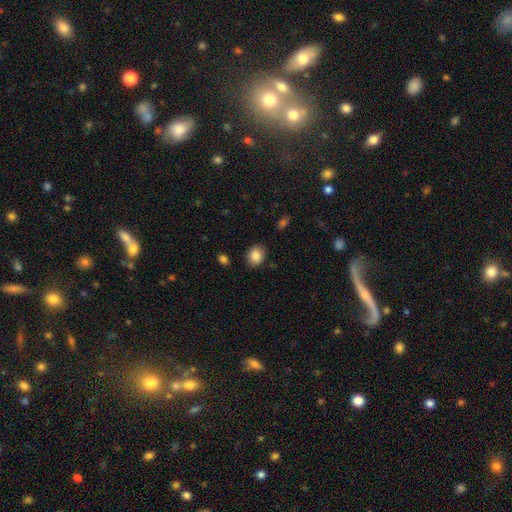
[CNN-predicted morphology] Smooth or featured? Predicted: smooth (p=0.86). How rounded? Predicted: round (p=0.55). Merging? Predicted: none (p=0.87).